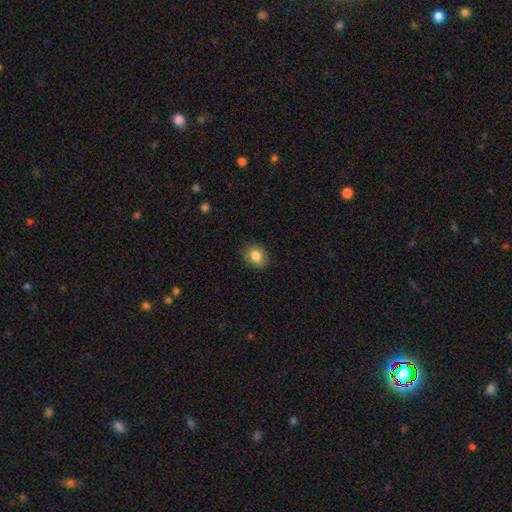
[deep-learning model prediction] Q: Smooth or featured?
A: smooth (84%); runner-up: star or artifact (8%)
Q: How rounded?
A: in between (55%); runner-up: round (44%)
Q: Merging?
A: none (87%); runner-up: minor disturbance (10%)